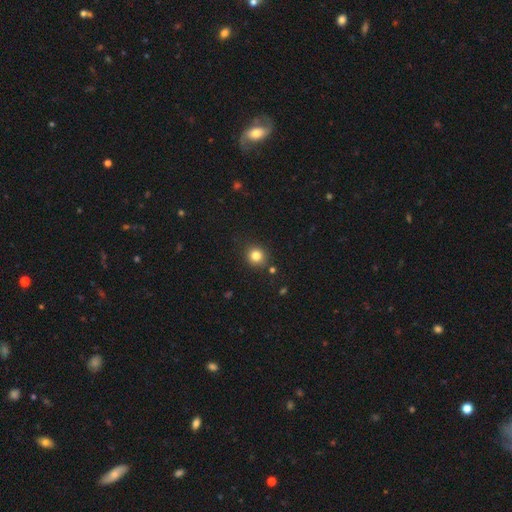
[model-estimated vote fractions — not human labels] Smooth or featured?
  - smooth: 82% *
  - star or artifact: 12%
  - featured or disk: 6%
How rounded?
  - round: 89% *
  - in between: 10%
  - cigar-shaped: 1%
Merging?
  - none: 87% *
  - minor disturbance: 8%
  - merger: 3%
  - major disturbance: 2%